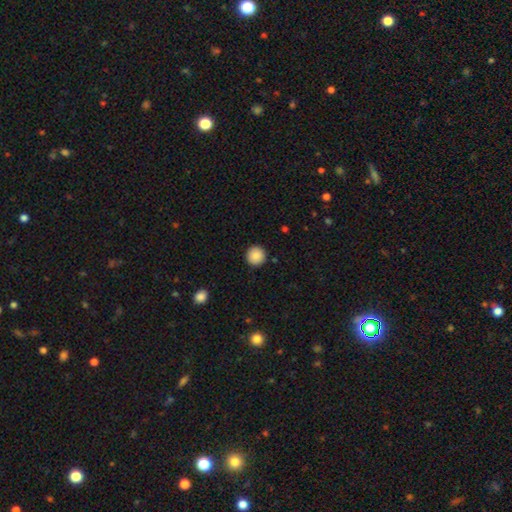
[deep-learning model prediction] This is clearly a smooth galaxy (88%). How rounded: clearly round (95%). Merging: clearly none (92%).